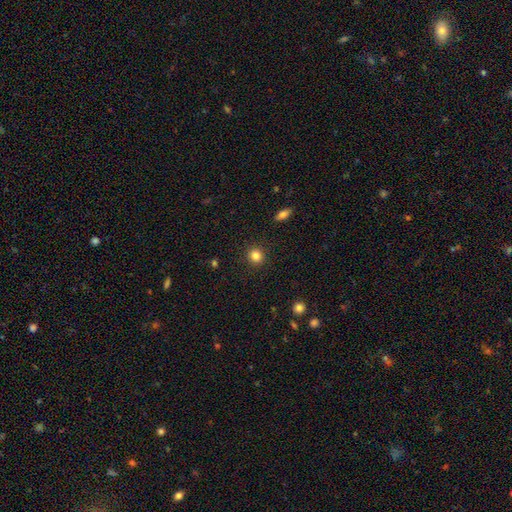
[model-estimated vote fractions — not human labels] Smooth or featured?
  - smooth: 84% *
  - star or artifact: 11%
  - featured or disk: 5%
How rounded?
  - round: 90% *
  - in between: 9%
  - cigar-shaped: 1%
Merging?
  - none: 92% *
  - minor disturbance: 5%
  - major disturbance: 2%
  - merger: 1%